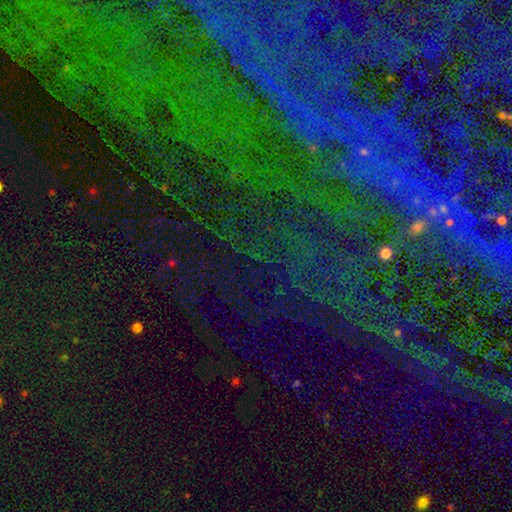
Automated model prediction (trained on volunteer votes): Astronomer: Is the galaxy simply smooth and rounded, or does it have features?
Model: star or artifact — 72%.